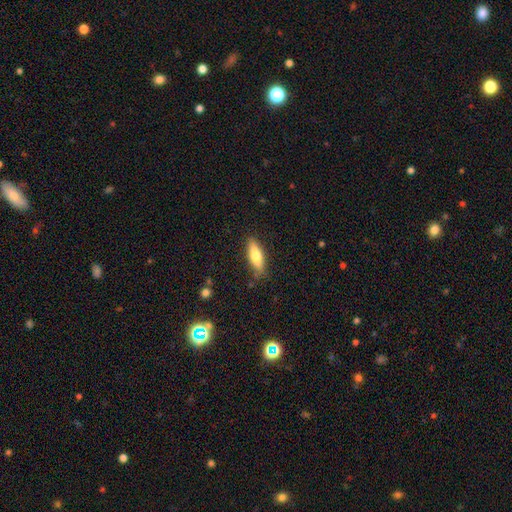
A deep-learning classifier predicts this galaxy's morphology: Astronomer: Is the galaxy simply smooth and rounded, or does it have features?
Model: smooth — 70%.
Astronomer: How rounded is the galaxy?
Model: cigar-shaped — 53% (runner-up: in between, 45%).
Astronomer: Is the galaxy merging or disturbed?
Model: none — 83%.